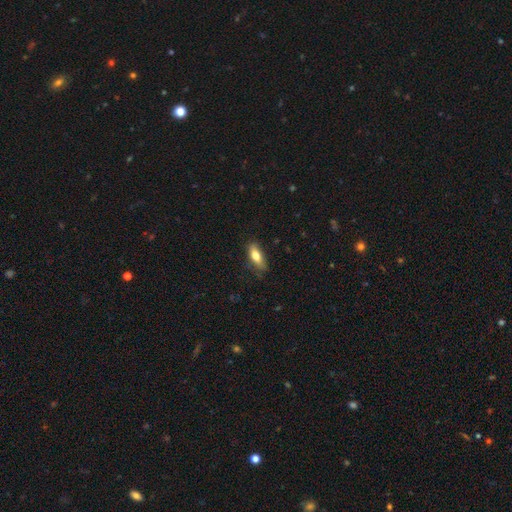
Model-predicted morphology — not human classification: A smooth galaxy with no disk features (73%) that is in between round and cigar-shaped (69%). Merging: none (75%).